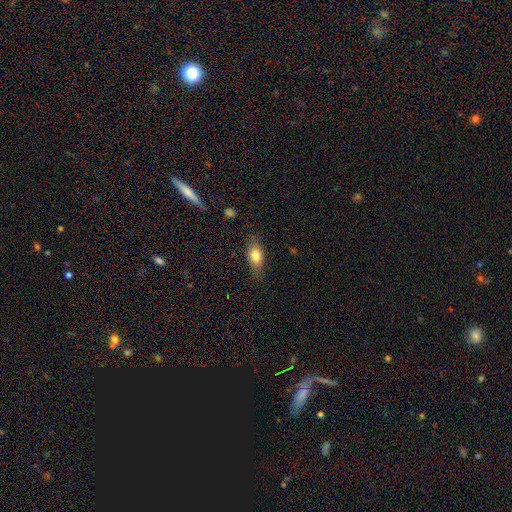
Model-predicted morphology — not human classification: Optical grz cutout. It shows a smooth galaxy with no disk features (74%) that is in between round and cigar-shaped (77%). Merging: none (77%).